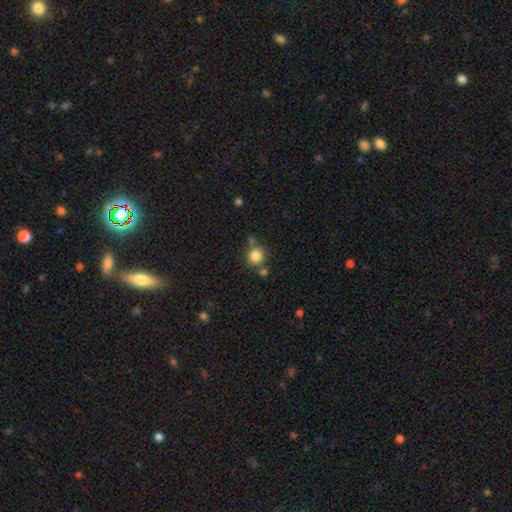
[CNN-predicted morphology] The model was most divided on "merging": none: 68%, merger: 17%, minor disturbance: 12%, major disturbance: 4%. More confident: how rounded — round (91%); smooth or featured — smooth (84%).